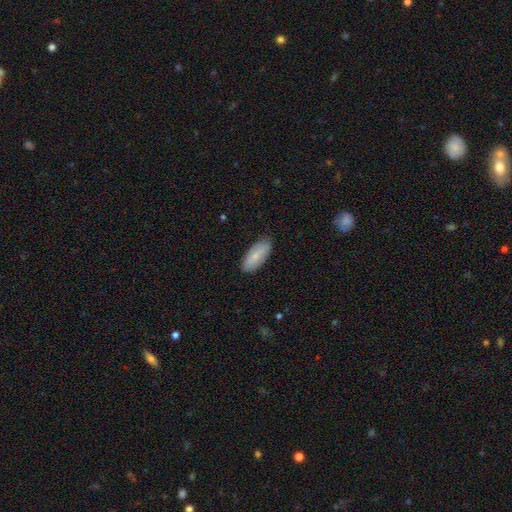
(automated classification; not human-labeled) smooth 71%, featured or disk 23%, star or artifact 6%. Down the decision tree: how rounded — in between (84%); merging — none (85%).